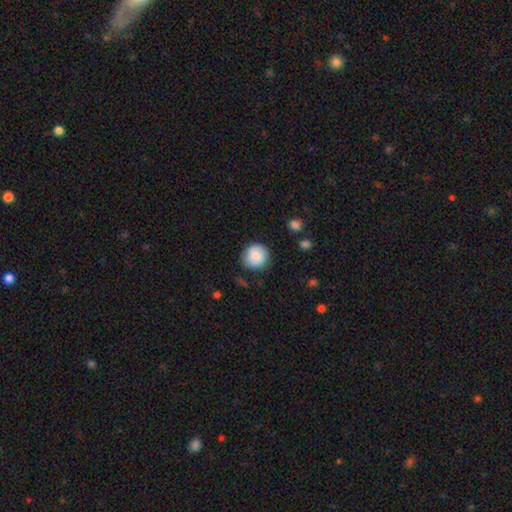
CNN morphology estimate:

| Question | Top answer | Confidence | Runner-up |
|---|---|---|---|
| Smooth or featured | smooth | 76% | featured or disk (17%) |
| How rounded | round | 92% | in between (7%) |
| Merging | none | 81% | minor disturbance (14%) |